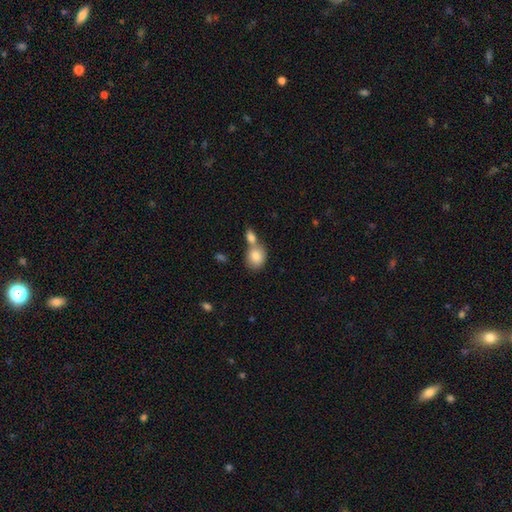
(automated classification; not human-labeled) Smooth or featured? smooth (83%)
How rounded? round (54%)
Merging? merger (50%)